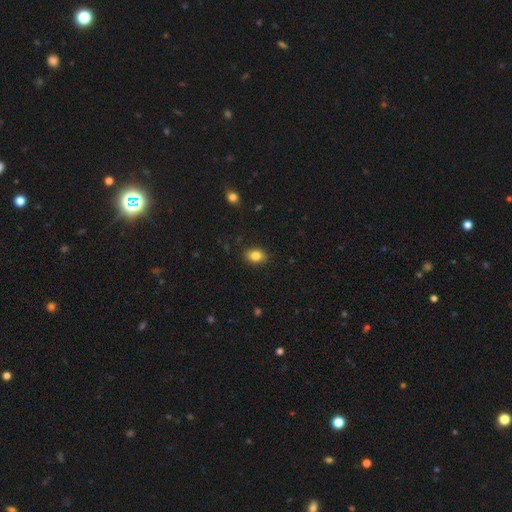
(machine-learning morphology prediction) Overall: smooth (84%). How rounded: in between (74%). Merging: none (88%).